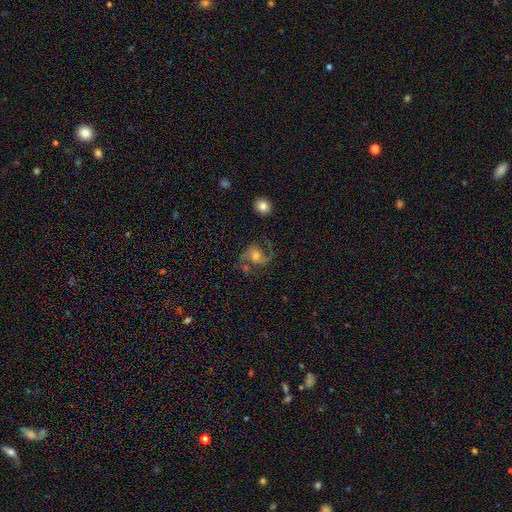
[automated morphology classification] Q: Smooth or featured?
A: featured or disk (81%); runner-up: smooth (10%)
Q: Edge-on disk?
A: no (98%); runner-up: yes (2%)
Q: Bar?
A: no (59%); runner-up: weak (33%)
Q: Spiral arms?
A: yes (96%); runner-up: no (4%)
Q: Spiral winding?
A: medium (48%); runner-up: loose (42%)
Q: Spiral arm count?
A: 2 (91%); runner-up: 1 (3%)
Q: Bulge size?
A: moderate (59%); runner-up: small (30%)
Q: Merging?
A: none (68%); runner-up: minor disturbance (16%)